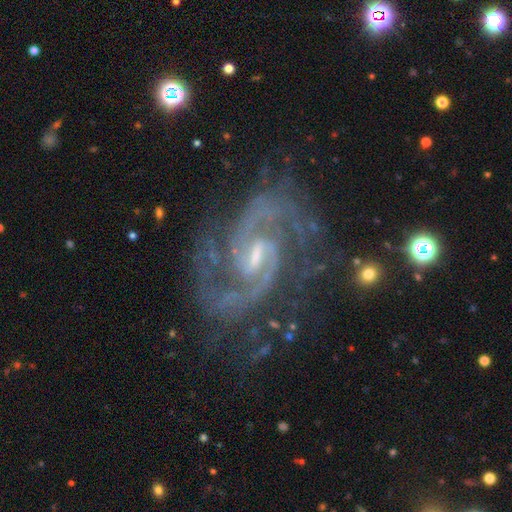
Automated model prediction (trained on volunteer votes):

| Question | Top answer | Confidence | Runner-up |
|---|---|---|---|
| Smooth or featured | featured or disk | 93% | star or artifact (4%) |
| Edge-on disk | no | 98% | yes (2%) |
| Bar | weak | 59% | strong (28%) |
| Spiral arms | yes | 99% | no (1%) |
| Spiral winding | medium | 60% | tight (27%) |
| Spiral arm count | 2 | 82% | 3 (6%) |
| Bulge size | small | 52% | moderate (33%) |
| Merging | none | 69% | minor disturbance (18%) |